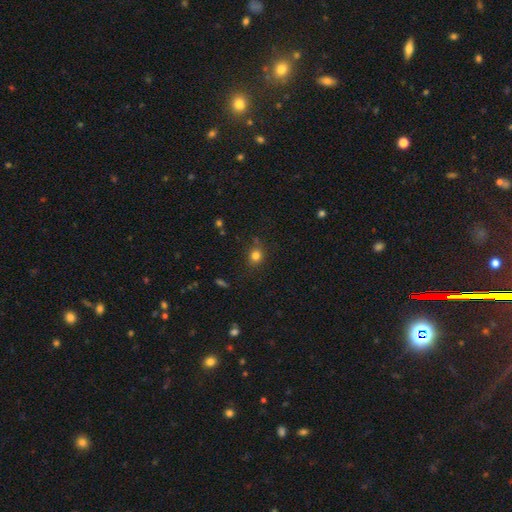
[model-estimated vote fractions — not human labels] A smooth galaxy with no disk features (80%) that is round (74%).

Vote fractions:
- Smooth or featured? smooth: 80% / star or artifact: 14% / featured or disk: 6%
- How rounded? round: 74% / in between: 25% / cigar-shaped: 1%
- Merging? none: 78% / minor disturbance: 15% / major disturbance: 4% / merger: 3%